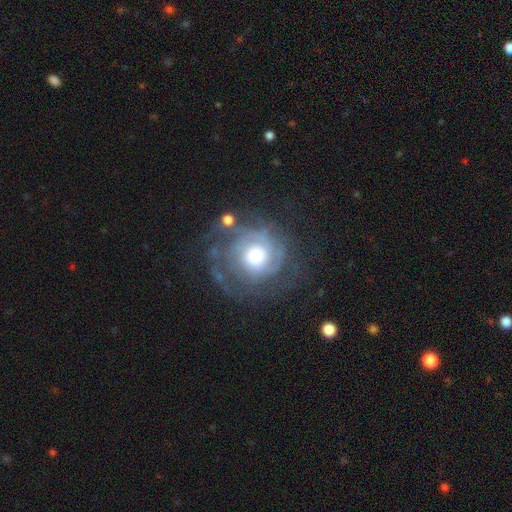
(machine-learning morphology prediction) Smooth or featured?
  - featured or disk: 71% *
  - smooth: 21%
  - star or artifact: 8%
Edge-on disk?
  - no: 97% *
  - yes: 3%
Bar?
  - no: 81% *
  - weak: 15%
  - strong: 3%
Spiral arms?
  - yes: 83% *
  - no: 17%
Spiral winding?
  - tight: 65% *
  - medium: 25%
  - loose: 10%
Spiral arm count?
  - can't tell: 45% *
  - 2: 22%
  - 3: 13%
  - 1: 8%
  - 4: 7%
  - more than 4: 6%
Bulge size?
  - moderate: 50% *
  - large: 33%
  - small: 12%
  - dominant: 4%
  - none: 2%
Merging?
  - none: 61% *
  - major disturbance: 18%
  - minor disturbance: 18%
  - merger: 3%